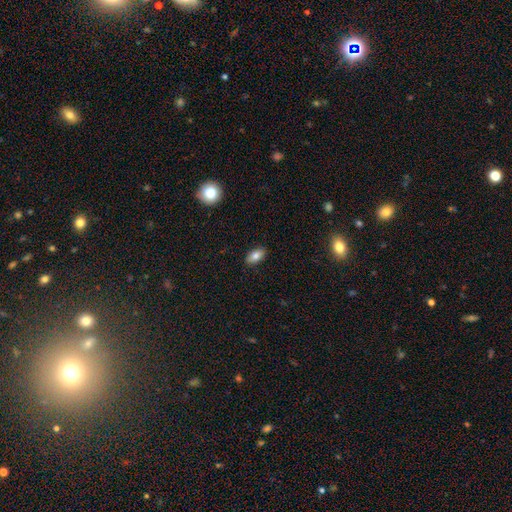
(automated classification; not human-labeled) smooth 81%, featured or disk 11%, star or artifact 8%. Down the decision tree: how rounded — in between (91%); merging — none (88%).